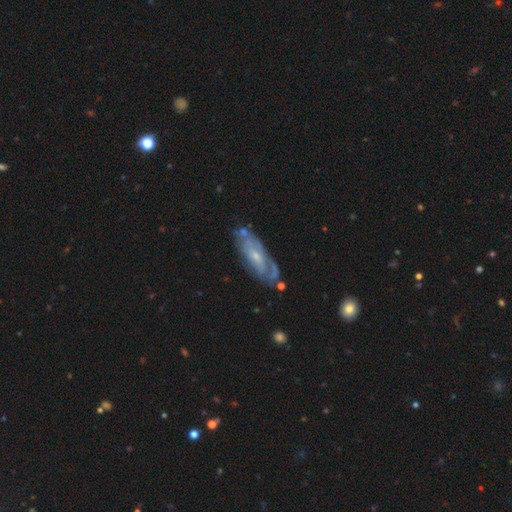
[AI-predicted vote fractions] Smooth or featured? Predicted: featured or disk (p=0.72). Edge-on disk? Predicted: no (p=0.87). Bar? Predicted: no (p=0.65). Spiral arms? Predicted: yes (p=0.77). Bulge size? Predicted: small (p=0.69). Merging? Predicted: none (p=0.63).